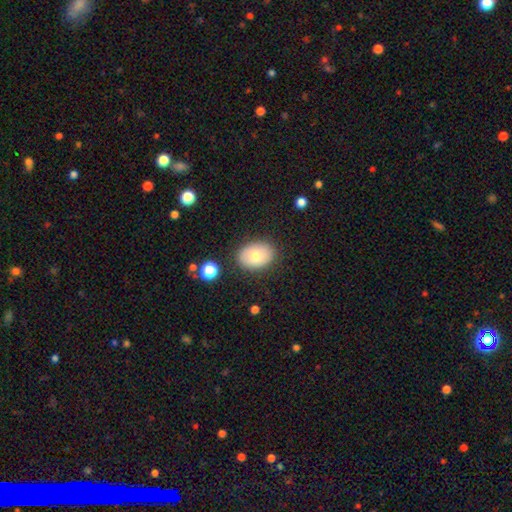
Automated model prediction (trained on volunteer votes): The model was most divided on "how rounded": in between: 71%, round: 28%, cigar-shaped: 1%. More confident: merging — none (85%); smooth or featured — smooth (75%).